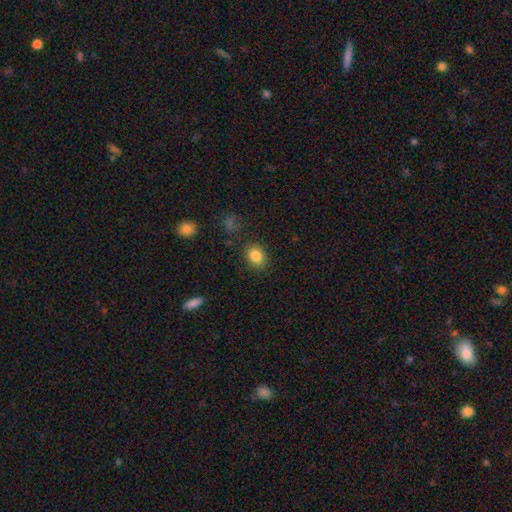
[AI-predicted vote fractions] smooth 85%, star or artifact 10%, featured or disk 6%. Down the decision tree: how rounded — in between (60%); merging — none (82%).